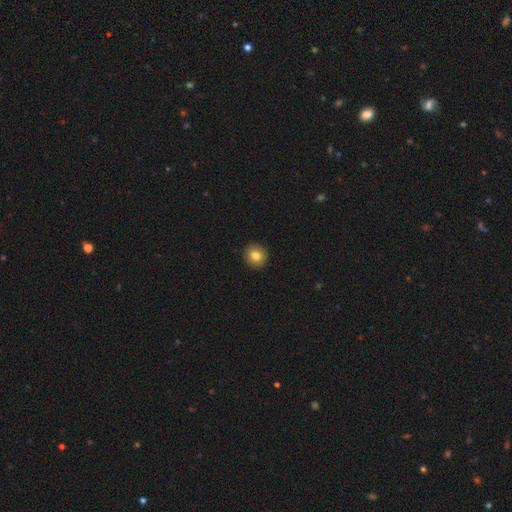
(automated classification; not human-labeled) smooth 82%, star or artifact 9%, featured or disk 9%. Down the decision tree: how rounded — round (94%); merging — none (93%).